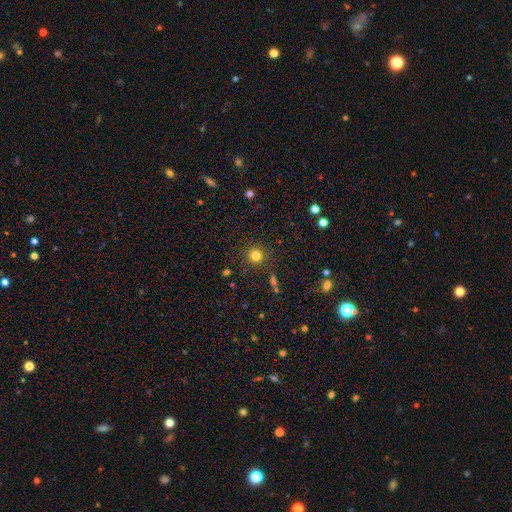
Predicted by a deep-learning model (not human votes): Smooth or featured? smooth (79%)
How rounded? round (94%)
Merging? none (89%)